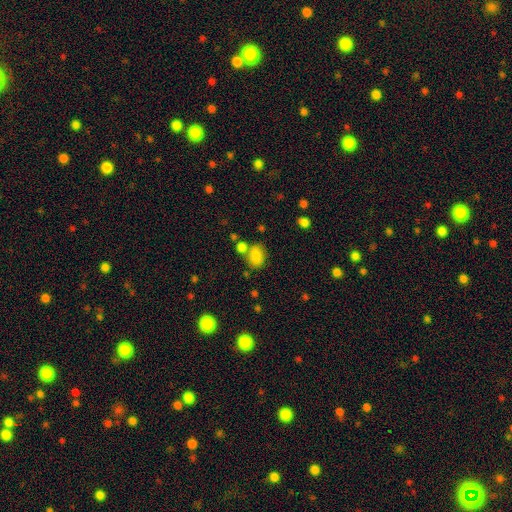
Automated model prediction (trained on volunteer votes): Q: Smooth or featured?
A: smooth (83%); runner-up: star or artifact (11%)
Q: How rounded?
A: in between (75%); runner-up: round (24%)
Q: Merging?
A: none (58%); runner-up: merger (20%)